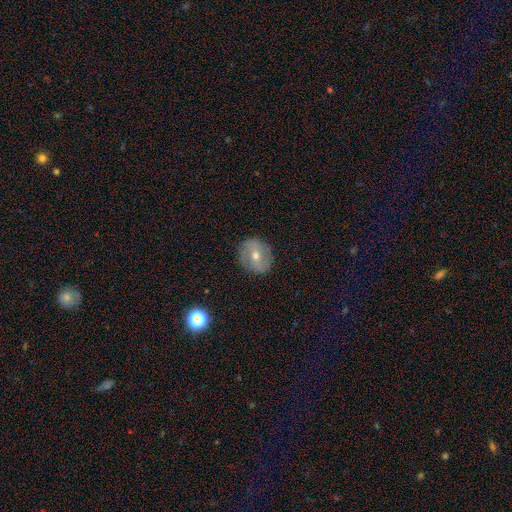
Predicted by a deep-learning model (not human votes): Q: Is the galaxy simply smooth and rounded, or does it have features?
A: featured or disk — 52%.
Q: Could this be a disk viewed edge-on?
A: no — 94%.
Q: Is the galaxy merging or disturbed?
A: none — 86%.